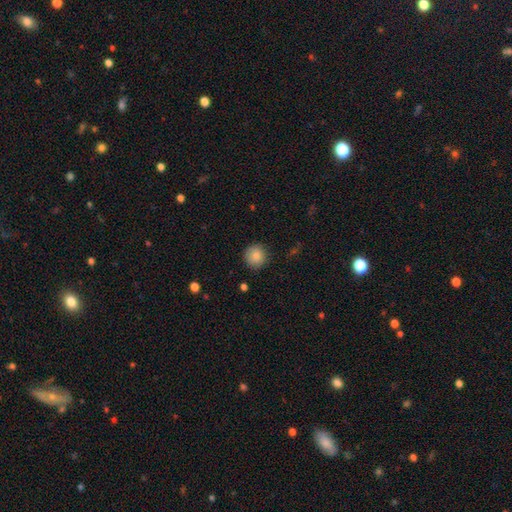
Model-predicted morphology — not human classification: Smooth or featured? Predicted: smooth (p=0.87). How rounded? Predicted: round (p=0.93). Merging? Predicted: none (p=0.87).